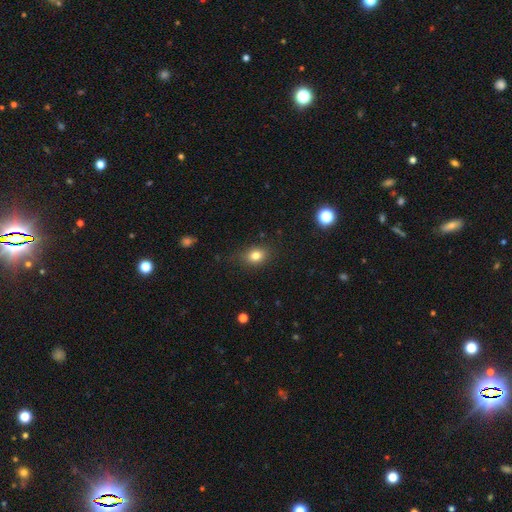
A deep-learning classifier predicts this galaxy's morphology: Overall: smooth (80%). How rounded: in between (56%; round 42%). Merging: none (81%).